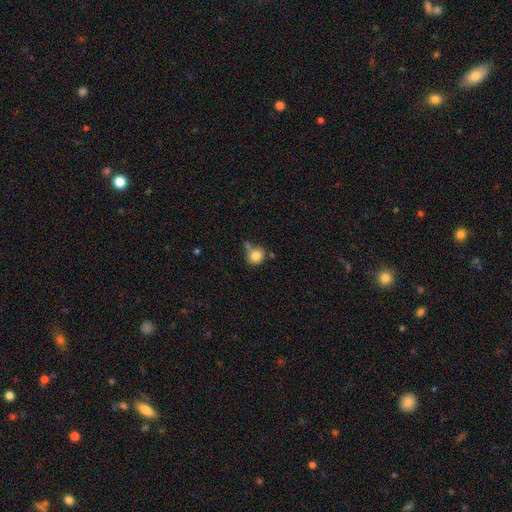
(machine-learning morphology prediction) This appears to be a smooth galaxy with no disk features (81%) that is round (84%). Merging: none (56%).